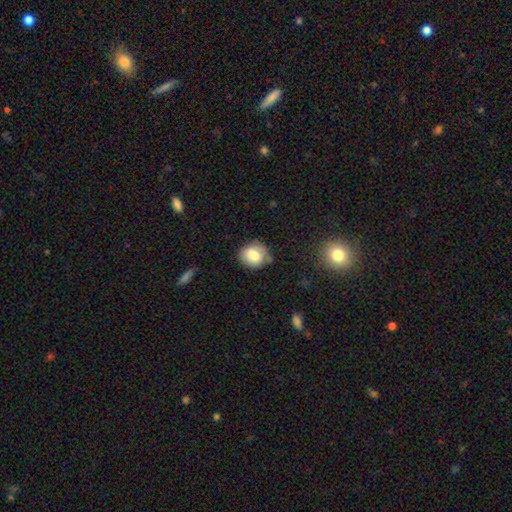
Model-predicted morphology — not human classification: Smooth or featured? Predicted: smooth (p=0.77). How rounded? Predicted: round (p=0.60). Merging? Predicted: none (p=0.64).